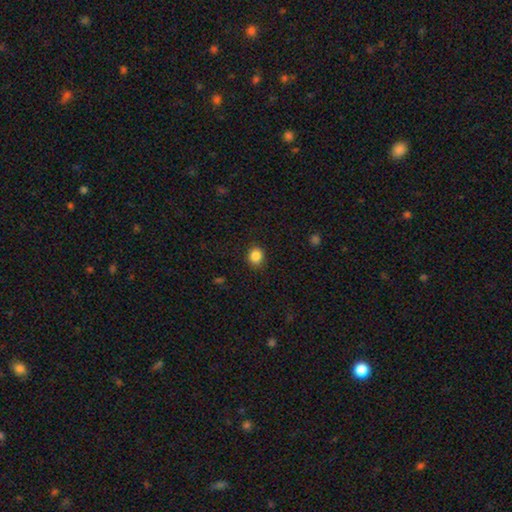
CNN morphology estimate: Smooth or featured?
  - smooth: 86% *
  - star or artifact: 10%
  - featured or disk: 4%
How rounded?
  - round: 74% *
  - in between: 26%
  - cigar-shaped: 1%
Merging?
  - none: 88% *
  - minor disturbance: 9%
  - major disturbance: 2%
  - merger: 1%